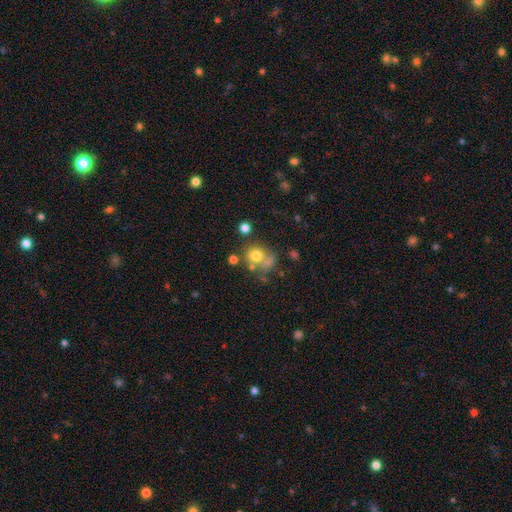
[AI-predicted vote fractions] A smooth galaxy with no disk features (71%) that is round (79%).

Vote fractions:
- Smooth or featured? smooth: 71% / star or artifact: 15% / featured or disk: 15%
- How rounded? round: 79% / in between: 20% / cigar-shaped: 1%
- Merging? none: 49% / merger: 27% / minor disturbance: 14% / major disturbance: 9%